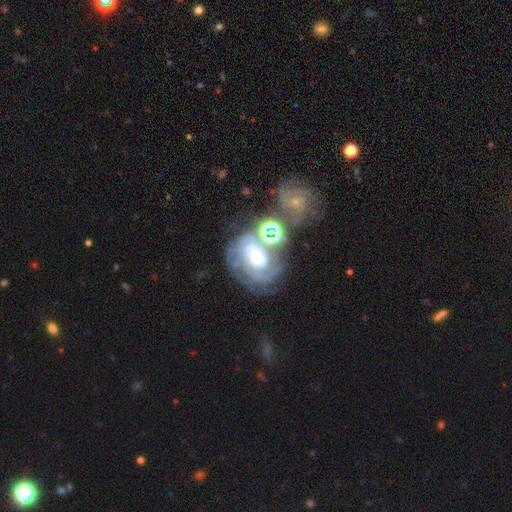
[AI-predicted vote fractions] smooth-or-featured: featured or disk: 75% | smooth: 13% | star or artifact: 12%
  disk-edge-on: no: 97% | yes: 3%
    bar: no: 56% | weak: 29% | strong: 15%
    has-spiral-arms: yes: 86% | no: 14%
      spiral-winding: tight: 62% | medium: 29% | loose: 9%
      spiral-arm-count: can't tell: 38% | 2: 24% | 3: 18% | 1: 9% | 4: 6% | more than 4: 5%
    bulge-size: moderate: 36% | large: 24% | small: 19% | none: 15% | dominant: 5%
  merging: none: 38% | merger: 28% | major disturbance: 17% | minor disturbance: 16%